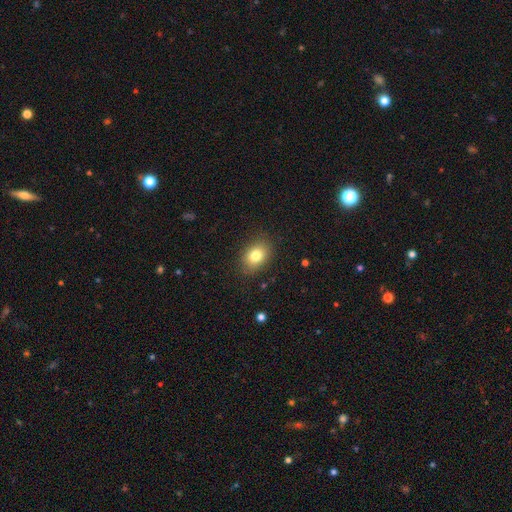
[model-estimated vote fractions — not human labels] Smooth or featured: smooth — 80% (featured or disk — 10%)
How rounded: in between — 72% (round — 27%)
Merging: none — 85% (minor disturbance — 11%)